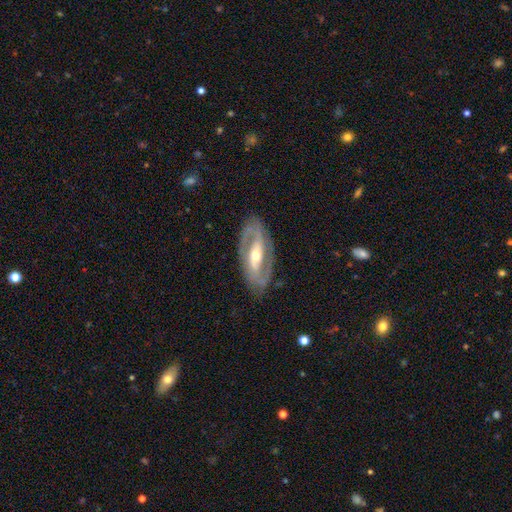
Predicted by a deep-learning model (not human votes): The model was most divided on "spiral winding": medium: 45%, tight: 38%, loose: 17%. Remaining: edge-on disk — no (91%); spiral arm count — 2 (86%); smooth or featured — featured or disk (84%); merging — none (82%); spiral arms — yes (81%); bulge size — moderate (59%); bar — strong (50%).